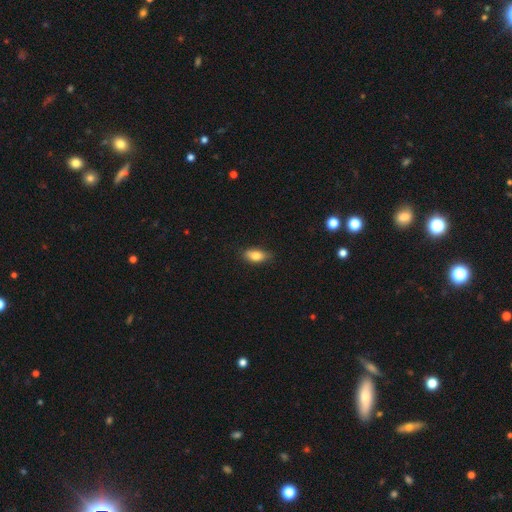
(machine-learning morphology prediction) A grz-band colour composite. It shows a smooth galaxy with no disk features (80%) that is in between round and cigar-shaped (85%). Merging: none (81%).